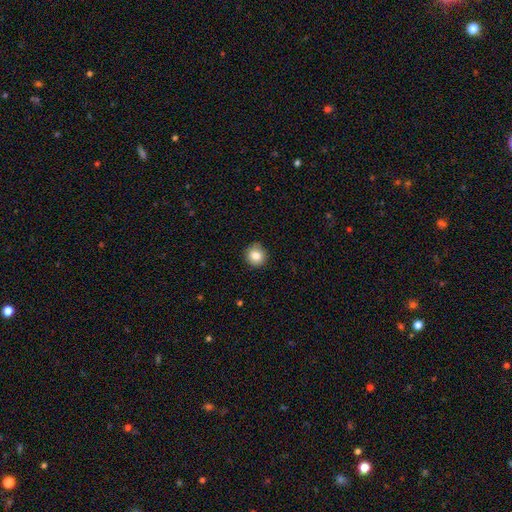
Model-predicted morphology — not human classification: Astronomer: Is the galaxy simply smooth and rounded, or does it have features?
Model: smooth — 84%.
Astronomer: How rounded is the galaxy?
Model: round — 90%.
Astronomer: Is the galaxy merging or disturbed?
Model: none — 86%.